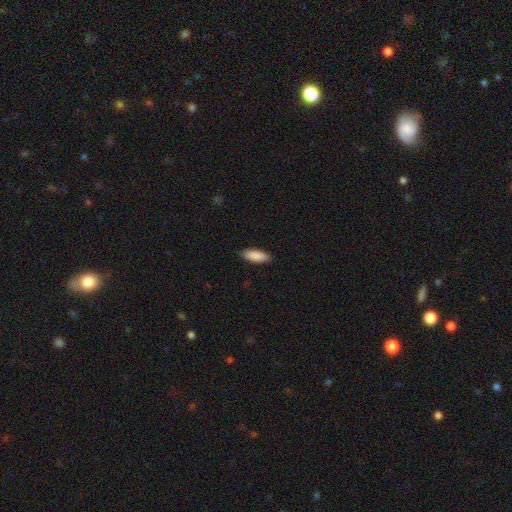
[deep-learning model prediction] Smooth or featured? smooth (89%)
How rounded? in between (71%)
Merging? none (87%)